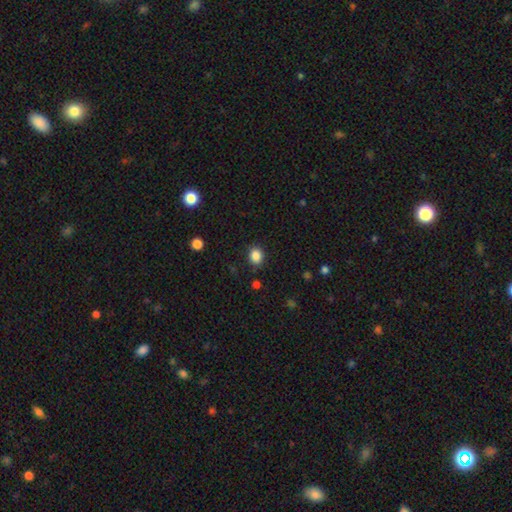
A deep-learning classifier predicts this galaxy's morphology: Smooth or featured?
  - smooth: 86% *
  - star or artifact: 10%
  - featured or disk: 4%
How rounded?
  - round: 55% *
  - in between: 44%
  - cigar-shaped: 1%
Merging?
  - none: 87% *
  - minor disturbance: 9%
  - major disturbance: 2%
  - merger: 1%